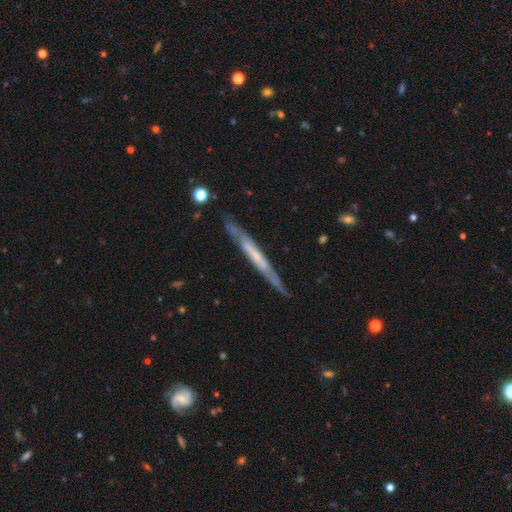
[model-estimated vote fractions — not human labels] This appears to be a featured or disk galaxy (64%) viewed edge-on (89%) with no central bulge (76%). Merging: none (81%).